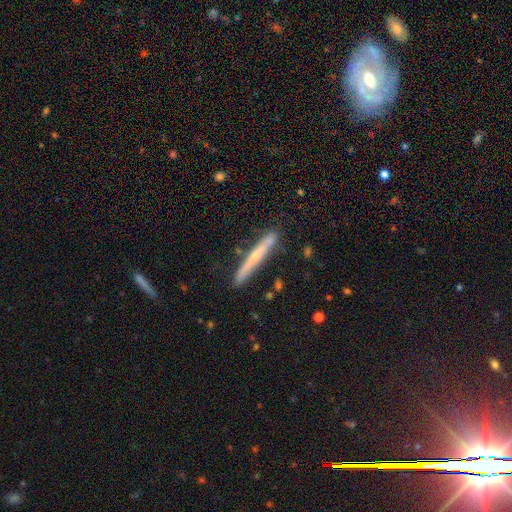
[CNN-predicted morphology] type=featured or disk (52%); edge-on=yes (95%); merging=none (84%).